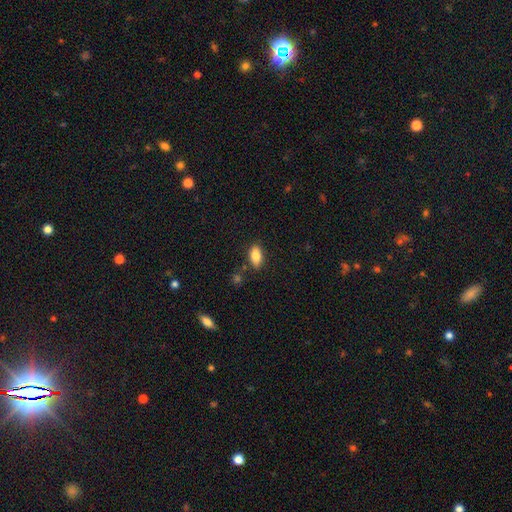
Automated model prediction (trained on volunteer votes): Smooth or featured?
  - smooth: 83% *
  - featured or disk: 10%
  - star or artifact: 8%
How rounded?
  - in between: 90% *
  - cigar-shaped: 6%
  - round: 4%
Merging?
  - none: 82% *
  - minor disturbance: 11%
  - merger: 4%
  - major disturbance: 3%